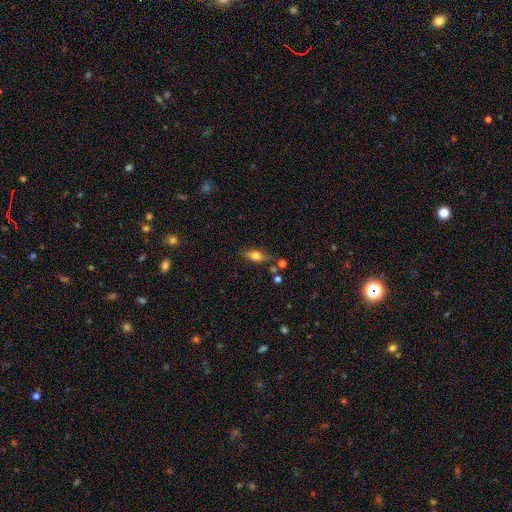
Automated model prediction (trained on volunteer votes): Smooth or featured? Predicted: smooth (p=0.64). How rounded? Predicted: in between (p=0.74). Merging? Predicted: none (p=0.76).